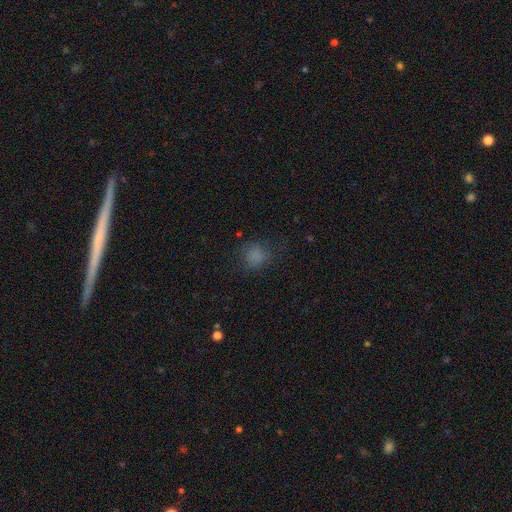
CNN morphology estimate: This appears to be a smooth galaxy with no disk features (78%) that is round (74%). Merging: none (72%).